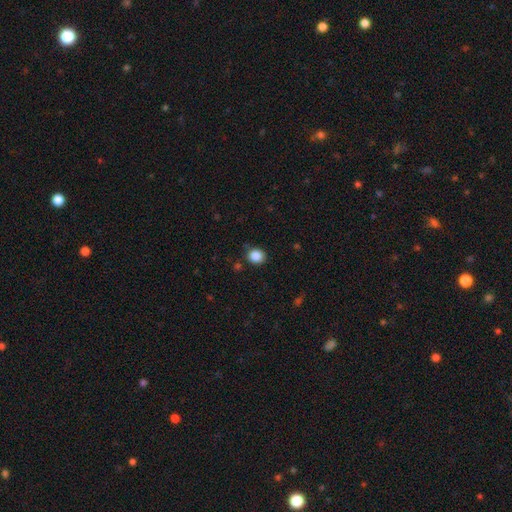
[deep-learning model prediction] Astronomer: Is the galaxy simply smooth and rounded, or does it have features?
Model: smooth — 87%.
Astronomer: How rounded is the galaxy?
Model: round — 75%.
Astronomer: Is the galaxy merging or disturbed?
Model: none — 83%.